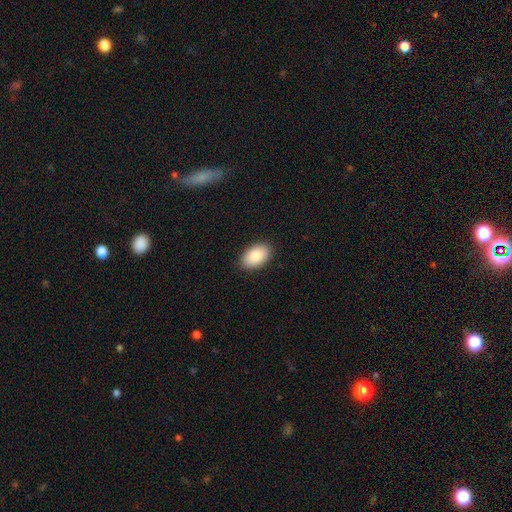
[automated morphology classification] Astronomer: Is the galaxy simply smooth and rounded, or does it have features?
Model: smooth — 88%.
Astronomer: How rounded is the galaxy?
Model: in between — 94%.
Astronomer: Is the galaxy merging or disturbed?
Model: none — 89%.